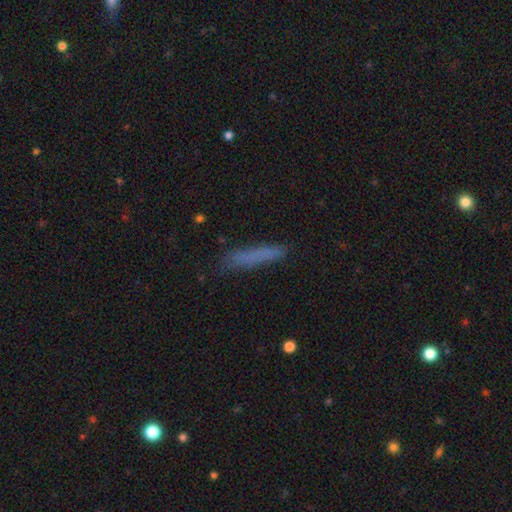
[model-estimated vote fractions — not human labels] smooth 75%, featured or disk 17%, star or artifact 9%. Down the decision tree: how rounded — cigar-shaped (93%); merging — none (83%).